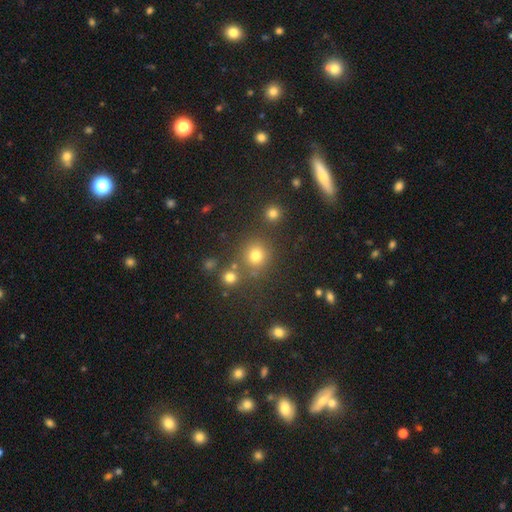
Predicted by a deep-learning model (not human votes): Smooth or featured? smooth (74%)
How rounded? round (88%)
Merging? none (76%)